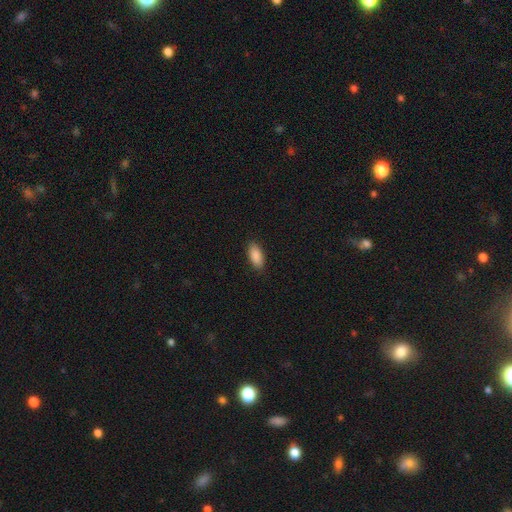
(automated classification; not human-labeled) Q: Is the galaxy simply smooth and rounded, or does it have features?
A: smooth — 90%.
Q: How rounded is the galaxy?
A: in between — 88%.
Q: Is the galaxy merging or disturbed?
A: none — 89%.